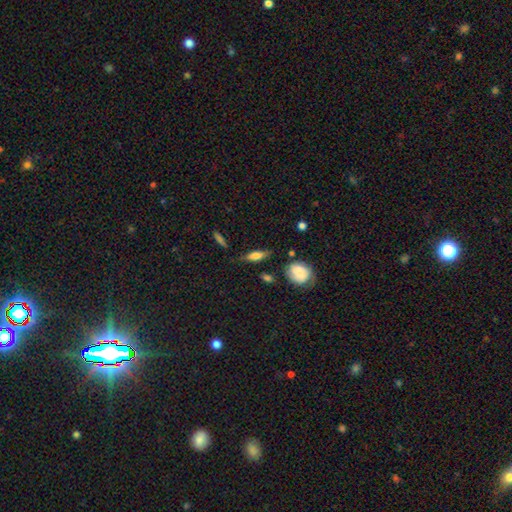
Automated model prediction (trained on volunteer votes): Smooth or featured?
  - smooth: 68% *
  - featured or disk: 24%
  - star or artifact: 9%
How rounded?
  - in between: 56% *
  - cigar-shaped: 40%
  - round: 4%
Merging?
  - none: 71% *
  - minor disturbance: 19%
  - major disturbance: 6%
  - merger: 4%